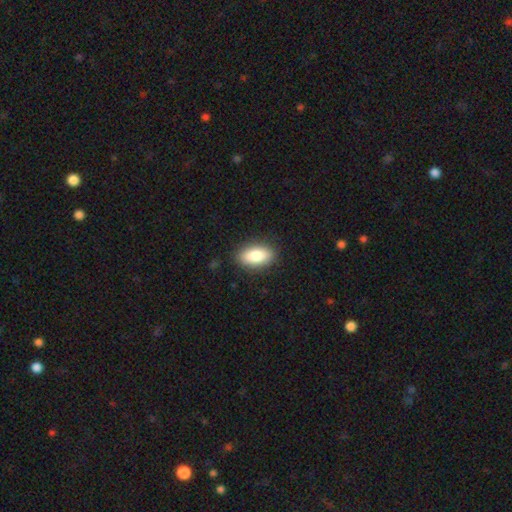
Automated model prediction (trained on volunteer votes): smooth-or-featured: smooth: 84% | featured or disk: 9% | star or artifact: 7%
  how-rounded: in between: 89% | cigar-shaped: 6% | round: 4%
  merging: none: 88% | minor disturbance: 9% | major disturbance: 2% | merger: 1%